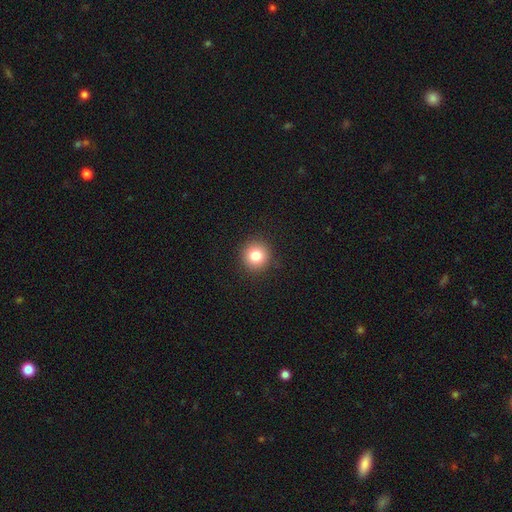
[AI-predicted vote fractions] A smooth galaxy with no disk features (81%) that is round (94%).

Vote fractions:
- Smooth or featured? smooth: 81% / star or artifact: 11% / featured or disk: 7%
- How rounded? round: 94% / in between: 6% / cigar-shaped: 1%
- Merging? none: 92% / minor disturbance: 5% / major disturbance: 2% / merger: 1%